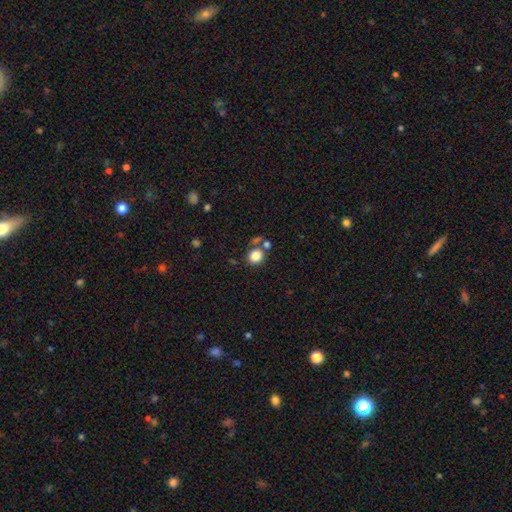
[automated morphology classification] Smooth or featured? smooth (83%)
How rounded? round (77%)
Merging? none (67%)